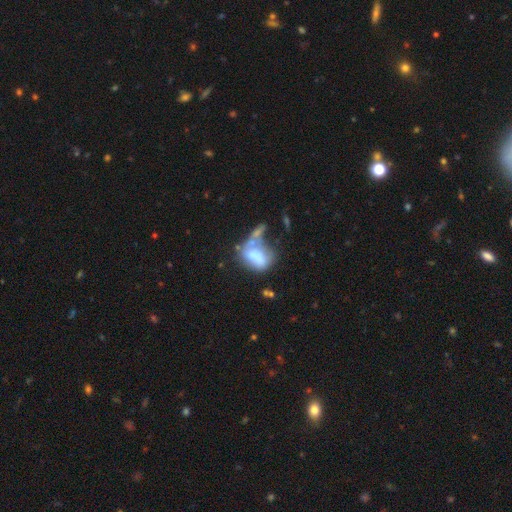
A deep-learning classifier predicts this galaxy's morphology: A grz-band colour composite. It shows a smooth galaxy with no disk features (54%) that is in between round and cigar-shaped (76%). Merging: merger (40%).